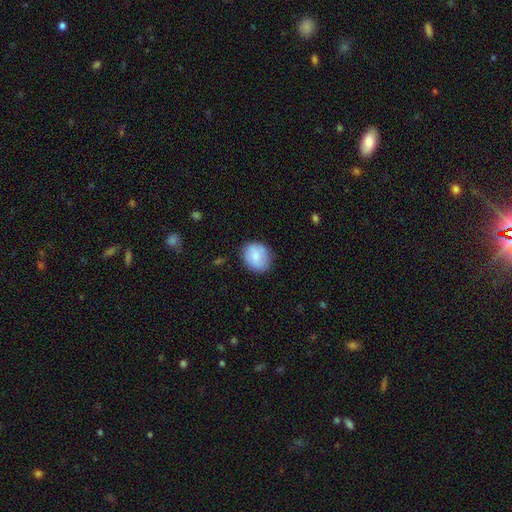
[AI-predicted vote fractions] Morphology: type=smooth (80%); roundness=round (60%); merging=none (78%).